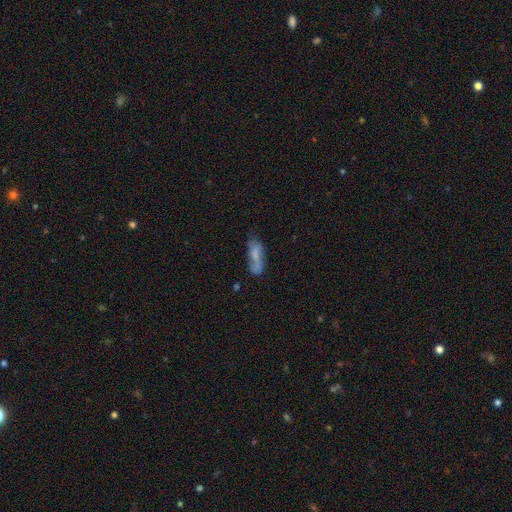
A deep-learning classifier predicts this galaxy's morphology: type=smooth (58%); roundness=in between (64%); merging=none (50%).